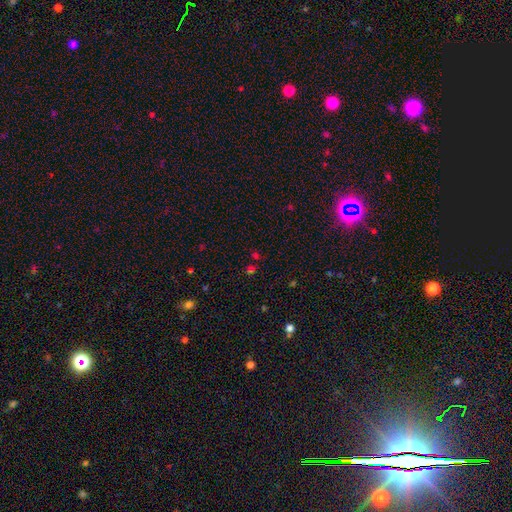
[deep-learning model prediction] smooth_or_featured: star or artifact (p=0.48) [alt: smooth p=0.45]